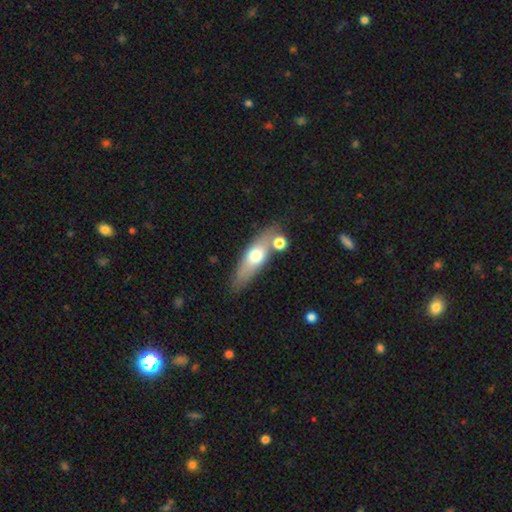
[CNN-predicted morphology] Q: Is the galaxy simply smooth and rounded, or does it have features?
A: smooth — 55%.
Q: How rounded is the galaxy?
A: cigar-shaped — 51%.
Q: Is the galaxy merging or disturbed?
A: none — 67%.